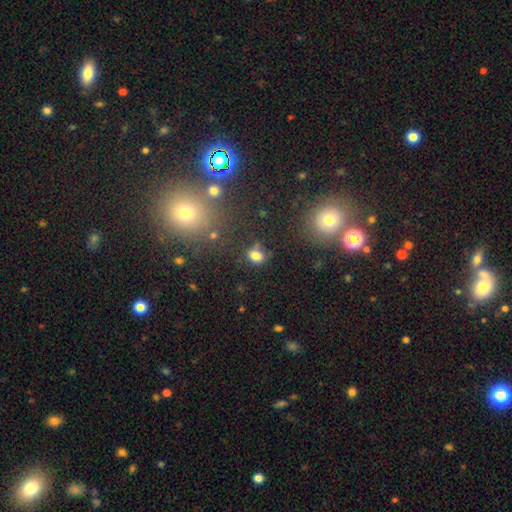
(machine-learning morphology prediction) A smooth galaxy with no disk features (79%) that is in between round and cigar-shaped (55%).

Vote fractions:
- Smooth or featured? smooth: 79% / star or artifact: 14% / featured or disk: 7%
- How rounded? in between: 55% / round: 44% / cigar-shaped: 1%
- Merging? none: 68% / minor disturbance: 18% / merger: 8% / major disturbance: 6%